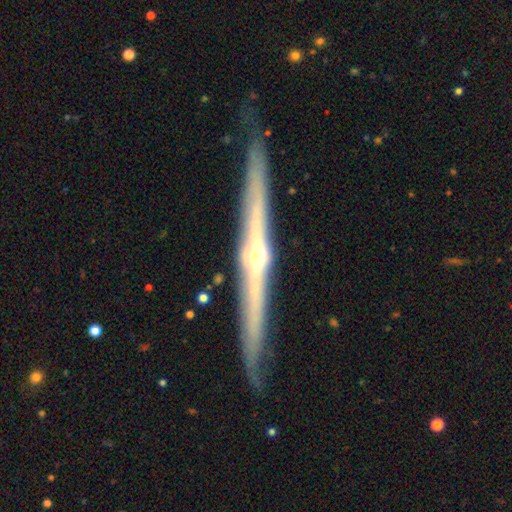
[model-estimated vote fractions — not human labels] Q: Smooth or featured?
A: featured or disk (85%); runner-up: smooth (10%)
Q: Edge-on disk?
A: yes (98%); runner-up: no (2%)
Q: Edge-on bulge?
A: rounded (80%); runner-up: none (15%)
Q: Merging?
A: none (88%); runner-up: minor disturbance (9%)